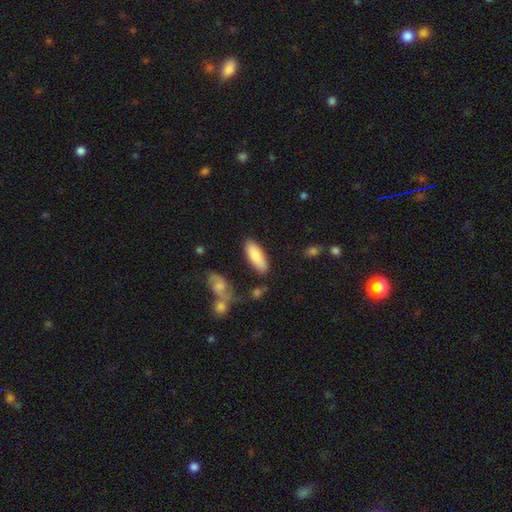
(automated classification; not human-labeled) Morphology: type=smooth (82%); roundness=in between (71%); merging=none (79%).